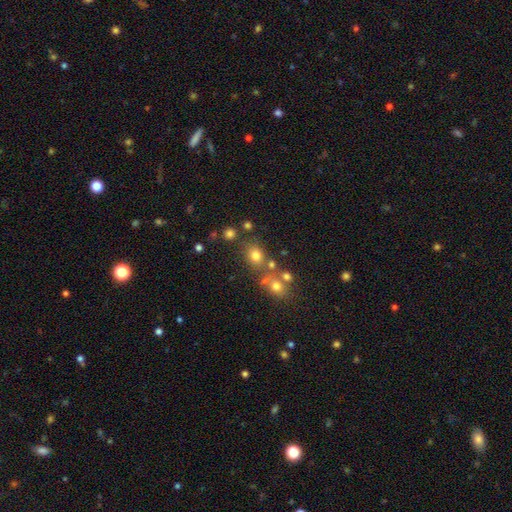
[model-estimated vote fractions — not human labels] smooth-or-featured: smooth: 70% | star or artifact: 19% | featured or disk: 11%
  how-rounded: round: 67% | in between: 32% | cigar-shaped: 1%
  merging: none: 65% | merger: 17% | minor disturbance: 12% | major disturbance: 5%